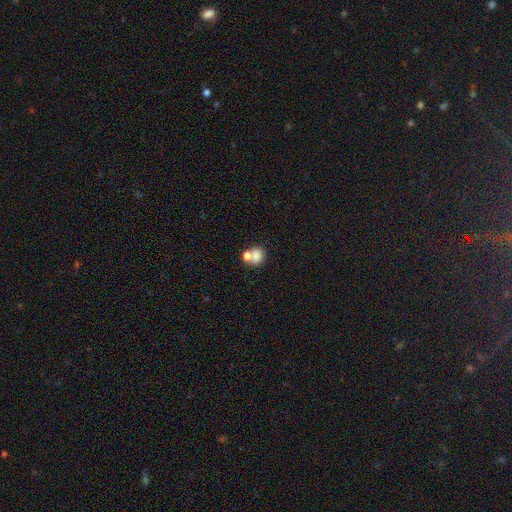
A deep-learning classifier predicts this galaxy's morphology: This is likely a smooth galaxy (76%). How rounded: possibly round (56%). Merging: possibly merger (48%).